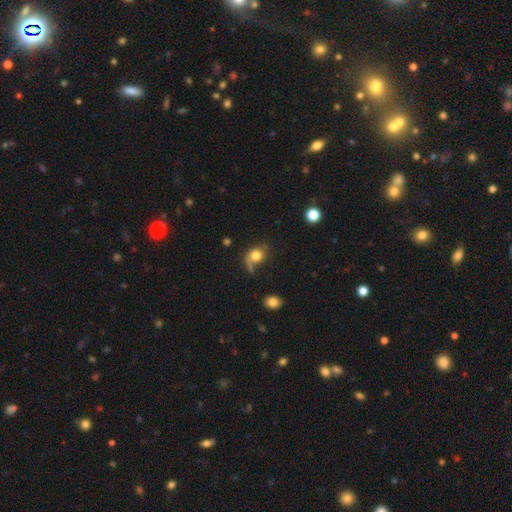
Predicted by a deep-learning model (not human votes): This is likely a smooth galaxy (64%). How rounded: possibly round (58%). Merging: marginally none (42%).